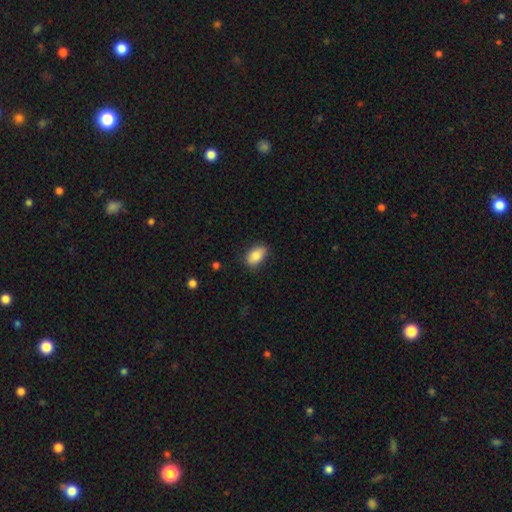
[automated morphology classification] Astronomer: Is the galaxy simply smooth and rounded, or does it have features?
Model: smooth — 85%.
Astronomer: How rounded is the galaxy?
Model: in between — 90%.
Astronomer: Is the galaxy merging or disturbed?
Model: none — 82%.